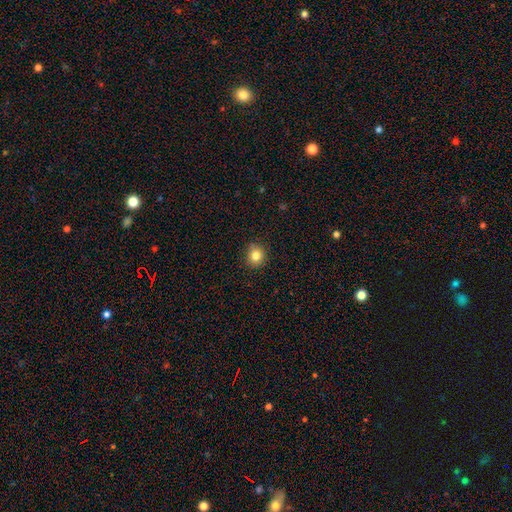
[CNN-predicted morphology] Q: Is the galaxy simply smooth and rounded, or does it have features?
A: smooth — 83%.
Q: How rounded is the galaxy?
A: round — 84%.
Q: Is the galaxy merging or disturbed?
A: none — 88%.